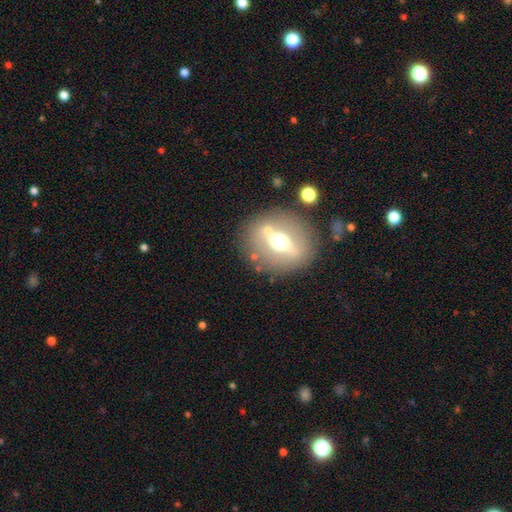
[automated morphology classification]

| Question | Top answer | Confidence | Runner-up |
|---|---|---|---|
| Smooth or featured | featured or disk | 49% | smooth (39%) |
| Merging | none | 78% | minor disturbance (11%) |